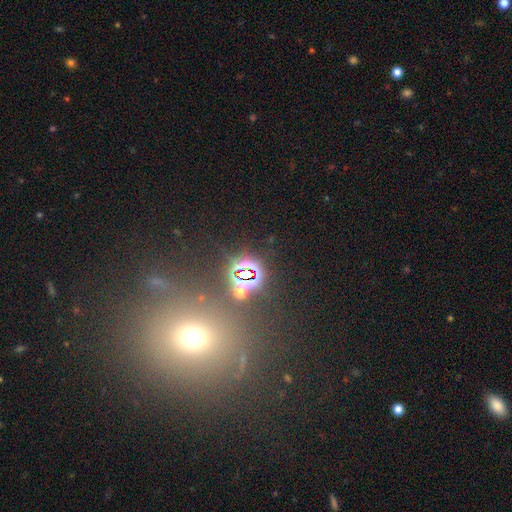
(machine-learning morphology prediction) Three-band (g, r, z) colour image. It shows a star or artifact, not a galaxy (54%).